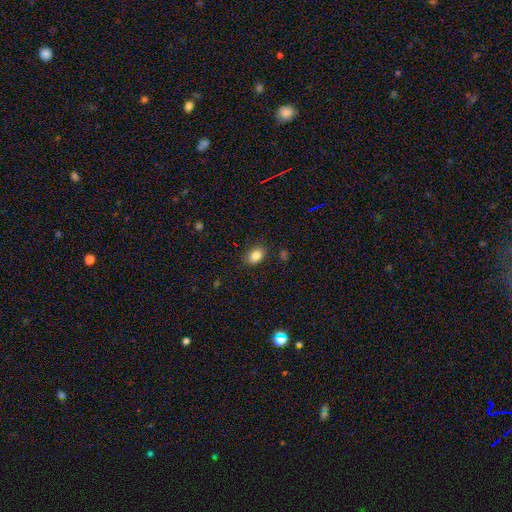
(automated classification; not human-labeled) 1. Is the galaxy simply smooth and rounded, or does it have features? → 85% smooth, 9% star or artifact, 6% featured or disk.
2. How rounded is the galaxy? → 78% in between, 21% round, 1% cigar-shaped.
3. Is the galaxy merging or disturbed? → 85% none, 11% minor disturbance, 3% major disturbance, 1% merger.